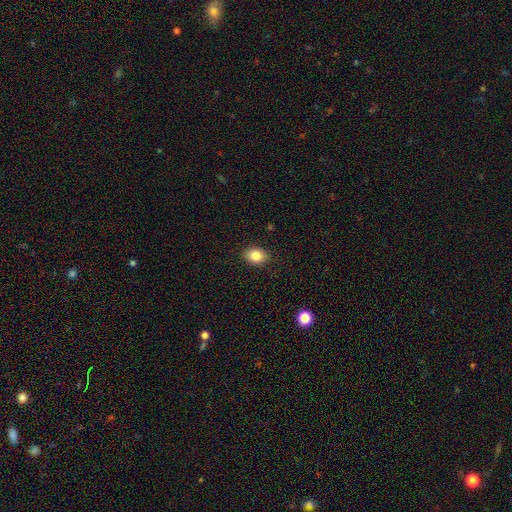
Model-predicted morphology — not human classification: Smooth or featured: smooth — 84% (star or artifact — 9%)
How rounded: in between — 61% (round — 38%)
Merging: none — 88% (minor disturbance — 9%)